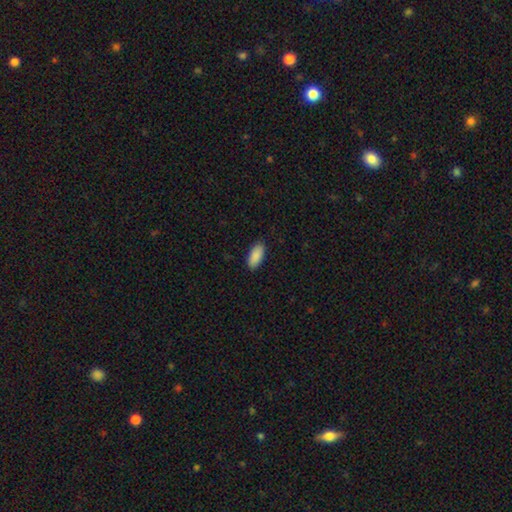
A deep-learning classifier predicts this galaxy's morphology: smooth-or-featured: smooth: 90% | star or artifact: 6% | featured or disk: 3%
  how-rounded: in between: 90% | cigar-shaped: 8% | round: 2%
  merging: none: 89% | minor disturbance: 9% | major disturbance: 2% | merger: 1%